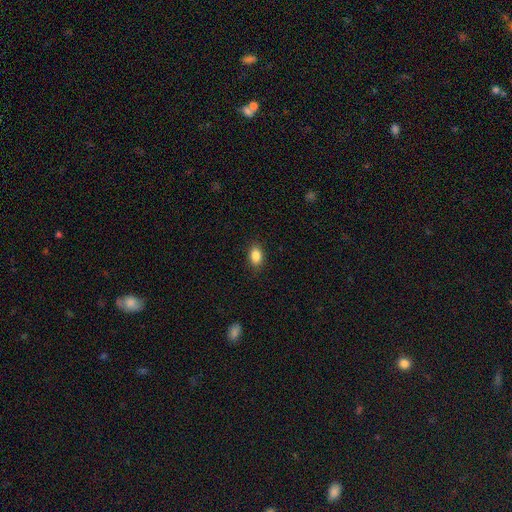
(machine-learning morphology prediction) This is clearly a smooth galaxy (86%). How rounded: clearly in between (85%). Merging: clearly none (88%).